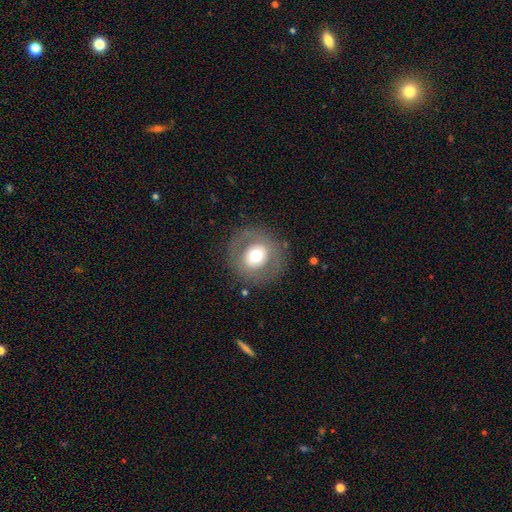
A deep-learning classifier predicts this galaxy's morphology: type=smooth (57%); roundness=round (90%); merging=none (82%).